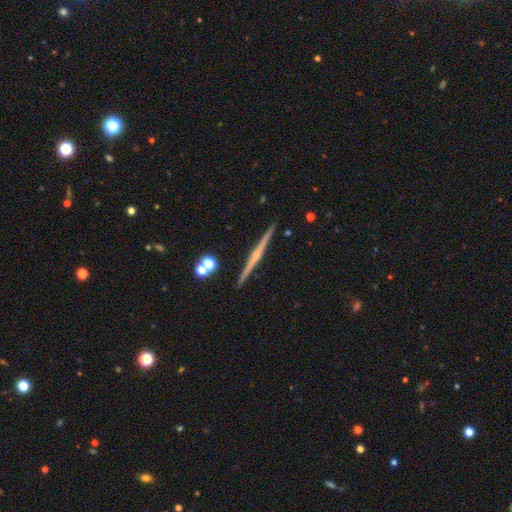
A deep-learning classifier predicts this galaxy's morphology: Overall: featured or disk (77%). Edge-on disk: yes (98%). Edge-on bulge: rounded (63%; none 29%). Merging: none (92%).